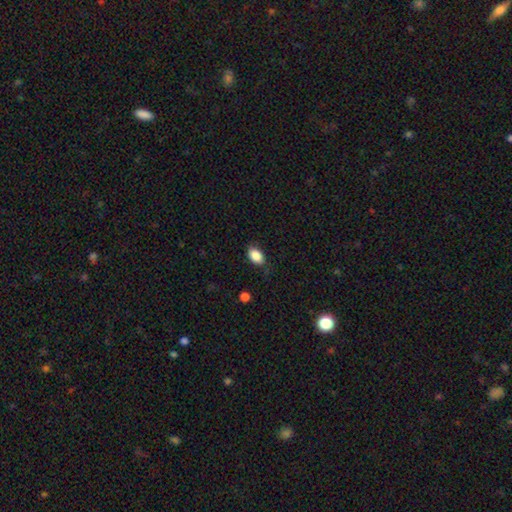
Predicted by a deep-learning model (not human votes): Overall: smooth (87%). How rounded: in between (86%). Merging: none (79%).